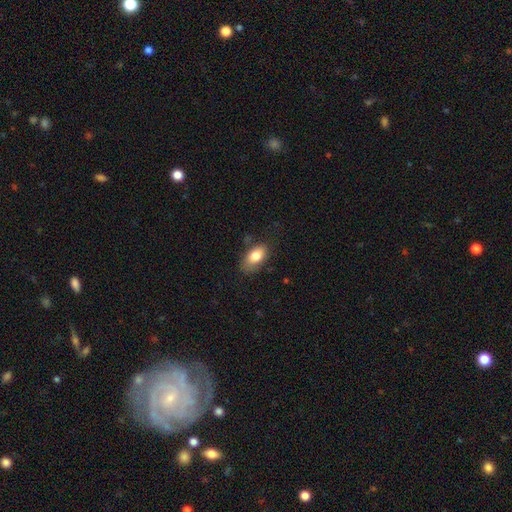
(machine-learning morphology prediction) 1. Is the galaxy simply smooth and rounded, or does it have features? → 80% smooth, 13% featured or disk, 7% star or artifact.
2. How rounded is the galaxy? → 91% in between, 6% round, 3% cigar-shaped.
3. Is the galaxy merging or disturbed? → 67% none, 24% minor disturbance, 6% major disturbance, 2% merger.